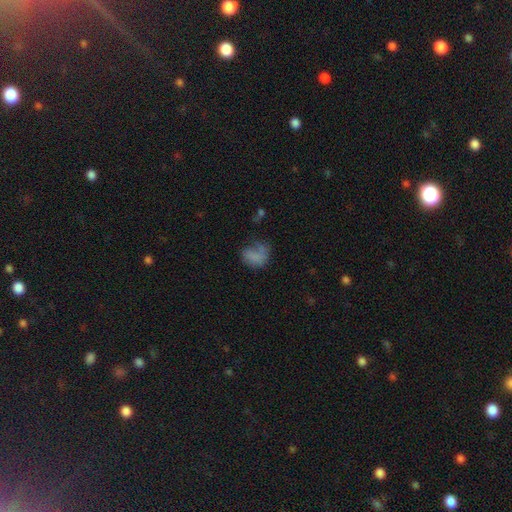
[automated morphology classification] The model was most divided on "merging" (2-way tie): none: 35%, major disturbance: 35%, minor disturbance: 24%, merger: 6%. More confident: smooth or featured — smooth (68%); how rounded — in between (55%).